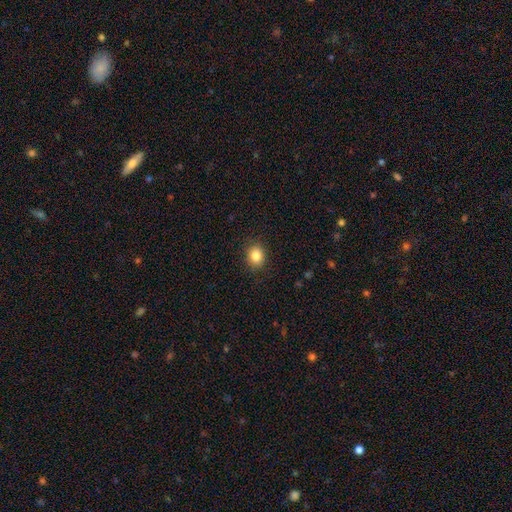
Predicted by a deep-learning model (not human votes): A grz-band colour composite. It shows a smooth galaxy with no disk features (84%) that is round (62%). Merging: none (89%).